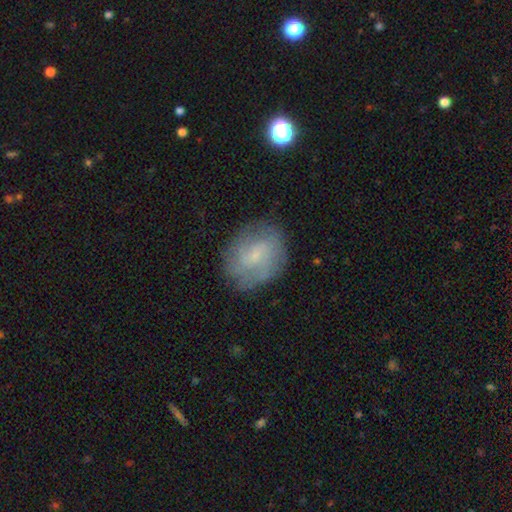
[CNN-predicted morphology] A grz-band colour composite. It shows a featured or disk galaxy (54%) with no bar (46%, tied with weak), spiral arms (79%) and a small central bulge (70%). Merging: none (74%).